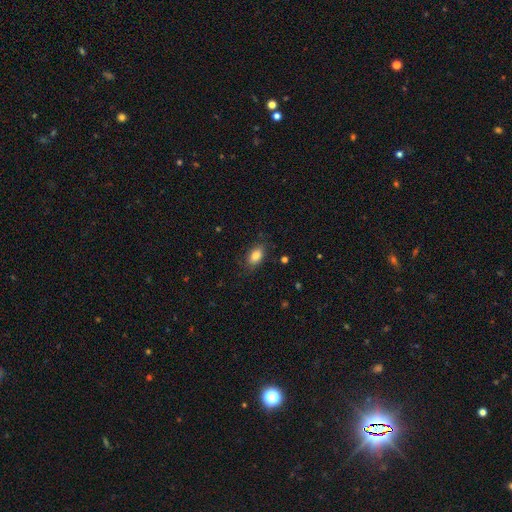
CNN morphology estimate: The model was most divided on "merging": none: 82%, minor disturbance: 14%, major disturbance: 4%, merger: 1%. More confident: how rounded — in between (89%); smooth or featured — smooth (83%).